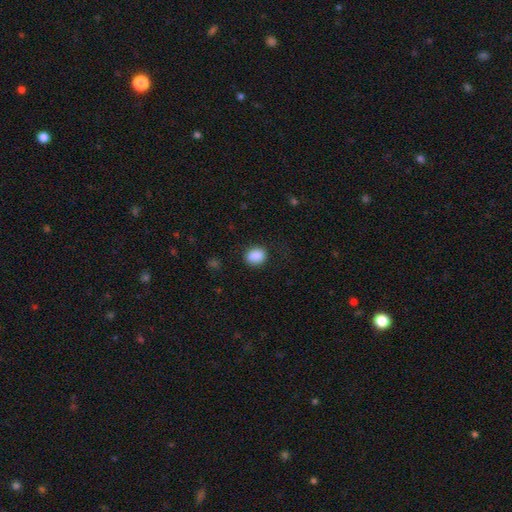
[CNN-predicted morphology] Smooth or featured: smooth — 89% (star or artifact — 8%)
How rounded: round — 51% (in between — 48%)
Merging: none — 81% (minor disturbance — 13%)